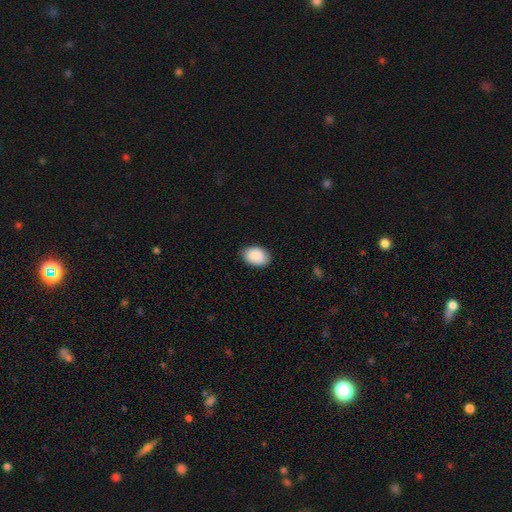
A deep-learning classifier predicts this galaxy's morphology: Smooth or featured: smooth — 89% (star or artifact — 6%)
How rounded: in between — 86% (round — 13%)
Merging: none — 83% (minor disturbance — 14%)